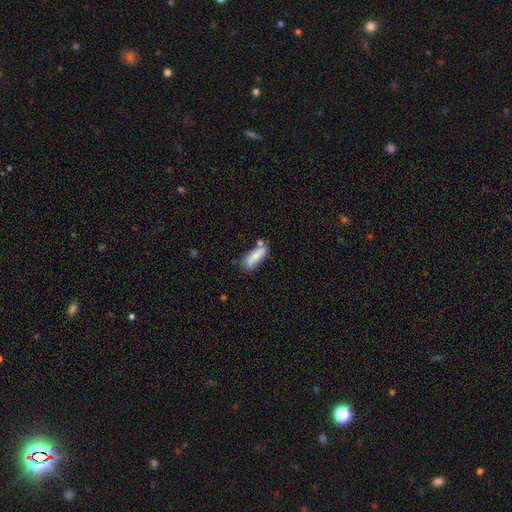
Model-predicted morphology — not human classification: A smooth galaxy with no disk features (70%) that is in between round and cigar-shaped (63%).

Vote fractions:
- Smooth or featured? smooth: 70% / featured or disk: 23% / star or artifact: 7%
- How rounded? in between: 63% / cigar-shaped: 35% / round: 2%
- Merging? none: 57% / minor disturbance: 23% / merger: 14% / major disturbance: 6%